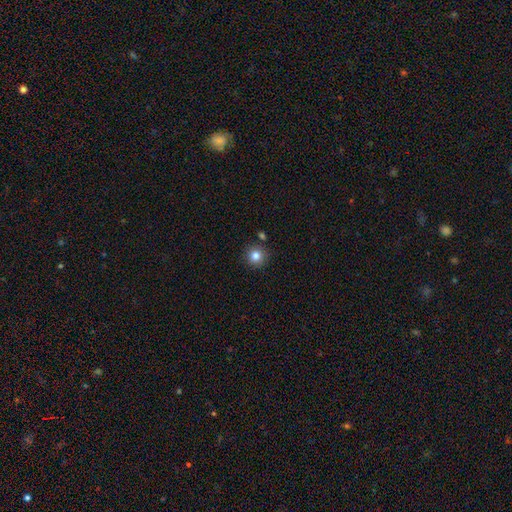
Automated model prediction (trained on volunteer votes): Smooth or featured? smooth (83%)
How rounded? round (94%)
Merging? none (86%)